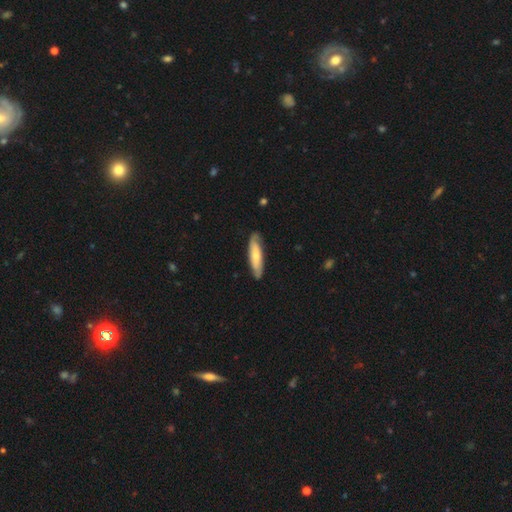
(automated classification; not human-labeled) smooth-or-featured: smooth: 58% | featured or disk: 37% | star or artifact: 5%
  how-rounded: cigar-shaped: 71% | in between: 28% | round: 2%
  merging: none: 82% | minor disturbance: 14% | major disturbance: 3% | merger: 1%